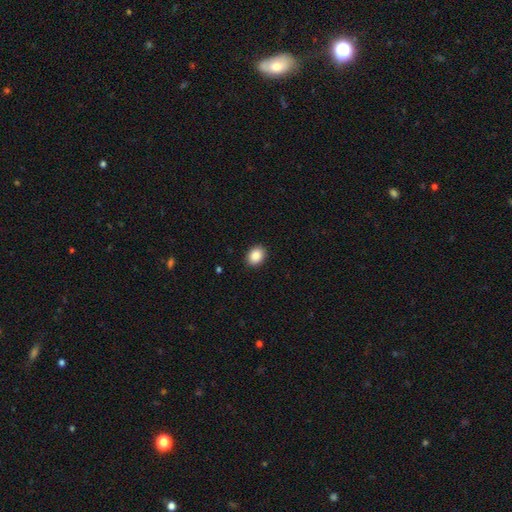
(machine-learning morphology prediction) smooth_or_featured: smooth (p=0.88) [alt: star or artifact p=0.08]
how_rounded: in between (p=0.57) [alt: round p=0.42]
merging: none (p=0.91) [alt: minor disturbance p=0.07]